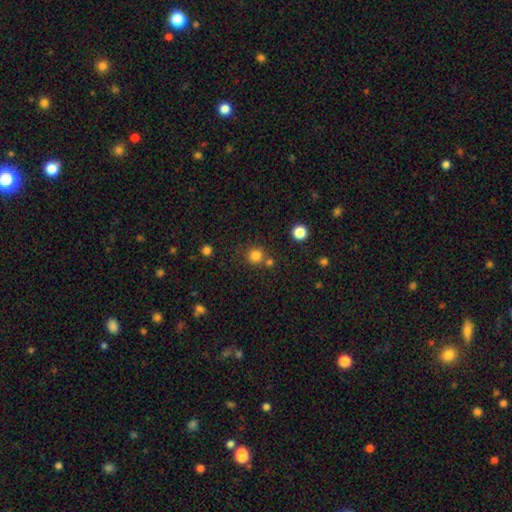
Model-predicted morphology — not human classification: Smooth or featured: smooth — 81% (star or artifact — 14%)
How rounded: round — 92% (in between — 7%)
Merging: none — 74% (merger — 15%)